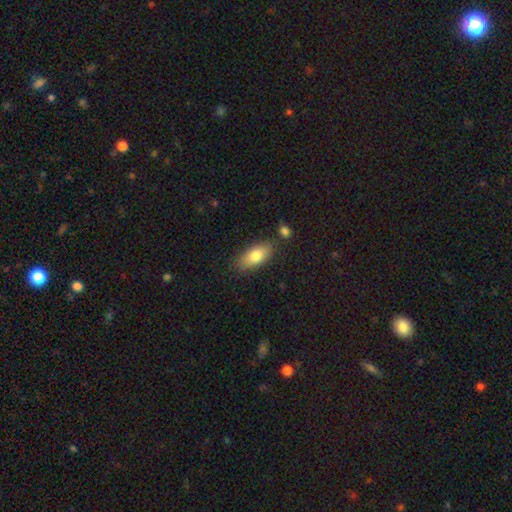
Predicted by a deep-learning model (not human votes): This appears to be a smooth galaxy with no disk features (79%) that is in between round and cigar-shaped (86%). Merging: none (78%).